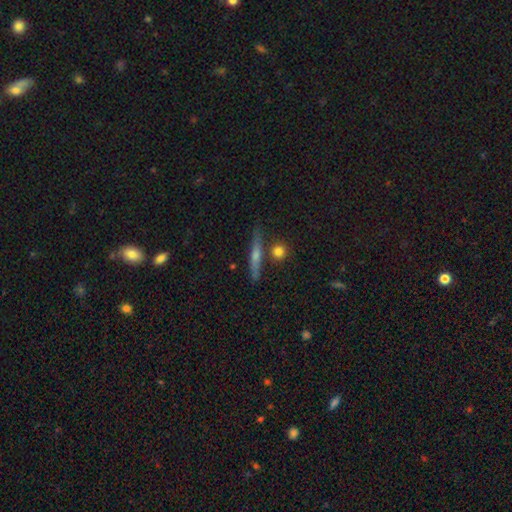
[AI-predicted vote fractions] This appears to be a featured or disk galaxy (54%) viewed edge-on (95%) with a rounded central bulge (64%). Merging: none (80%).